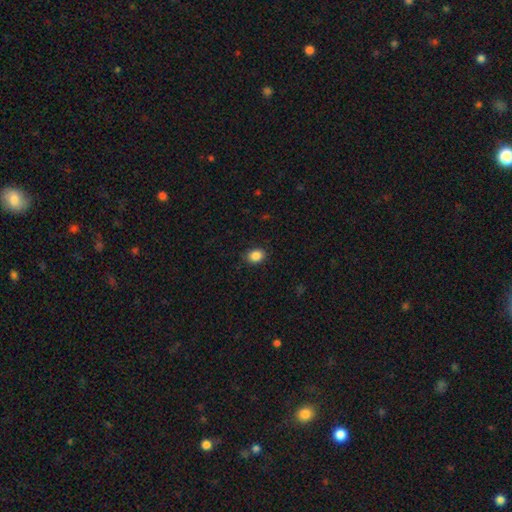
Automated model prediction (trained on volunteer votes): This appears to be a smooth galaxy with no disk features (87%) that is in between round and cigar-shaped (57%). Merging: none (87%).